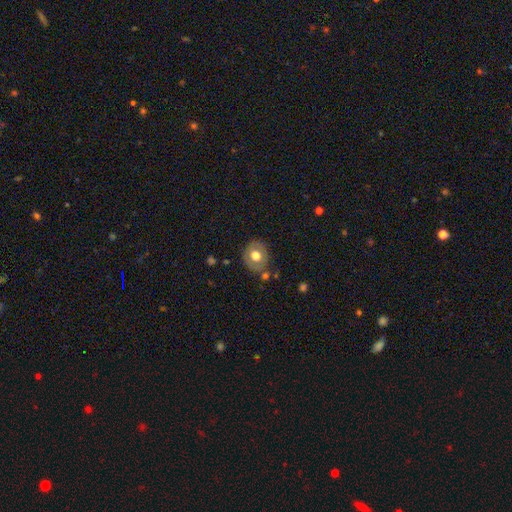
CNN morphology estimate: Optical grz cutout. It shows a smooth galaxy with no disk features (67%) that is round (74%). Merging: none (72%).